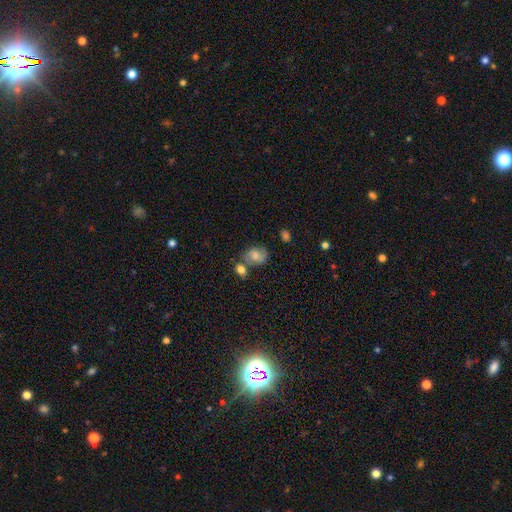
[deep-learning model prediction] The model was most divided on "how rounded": in between: 57%, round: 42%, cigar-shaped: 1%. More confident: smooth or featured — smooth (62%); merging — none (52%).